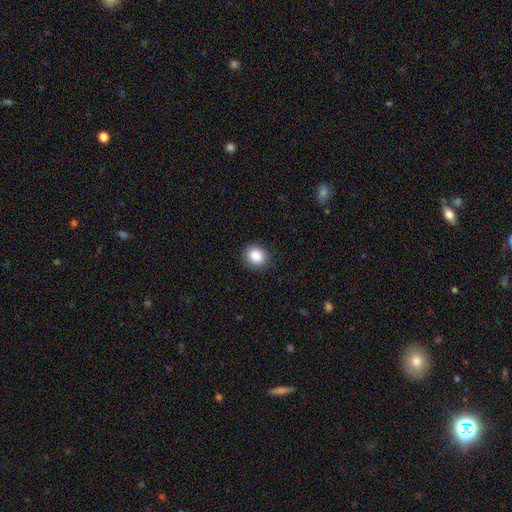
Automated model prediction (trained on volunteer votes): This appears to be a smooth galaxy with no disk features (87%) that is round (71%). Merging: none (89%).